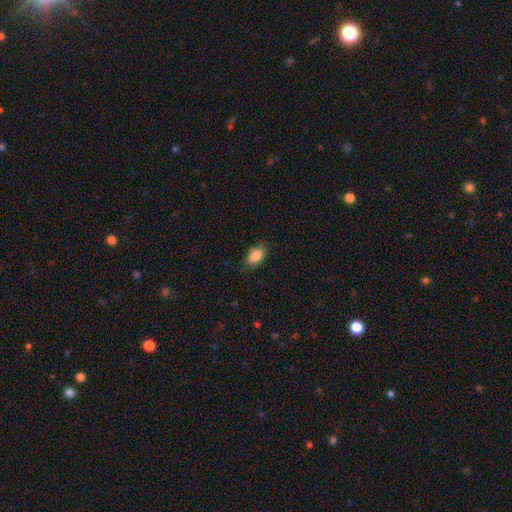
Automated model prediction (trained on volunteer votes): A smooth galaxy with no disk features (85%) that is in between round and cigar-shaped (89%).

Vote fractions:
- Smooth or featured? smooth: 85% / featured or disk: 7% / star or artifact: 7%
- How rounded? in between: 89% / round: 7% / cigar-shaped: 4%
- Merging? none: 80% / minor disturbance: 16% / major disturbance: 3% / merger: 1%